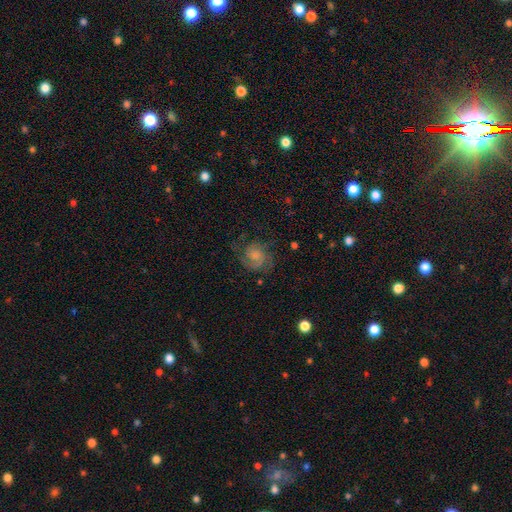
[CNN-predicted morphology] smooth_or_featured: featured or disk (p=0.66) [alt: smooth p=0.25]
disk_edge_on: no (p=0.98) [alt: yes p=0.02]
bar: no (p=0.69) [alt: weak p=0.27]
has_spiral_arms: yes (p=0.91) [alt: no p=0.09]
spiral_winding: medium (p=0.44) [alt: tight p=0.39]
spiral_arm_count: 2 (p=0.46) [alt: can't tell p=0.21]
bulge_size: small (p=0.44) [alt: moderate p=0.28]
merging: none (p=0.63) [alt: minor disturbance p=0.19]